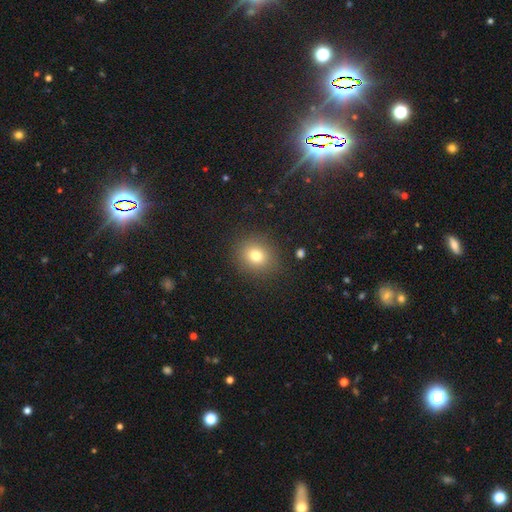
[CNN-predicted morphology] Q: Smooth or featured?
A: smooth (76%); runner-up: star or artifact (14%)
Q: How rounded?
A: round (76%); runner-up: in between (23%)
Q: Merging?
A: none (87%); runner-up: minor disturbance (8%)